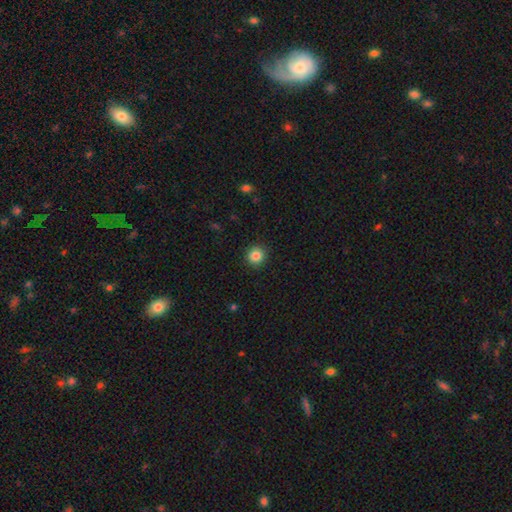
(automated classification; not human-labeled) Smooth or featured?
  - smooth: 85% *
  - star or artifact: 11%
  - featured or disk: 4%
How rounded?
  - round: 94% *
  - in between: 5%
  - cigar-shaped: 1%
Merging?
  - none: 92% *
  - minor disturbance: 5%
  - major disturbance: 2%
  - merger: 1%